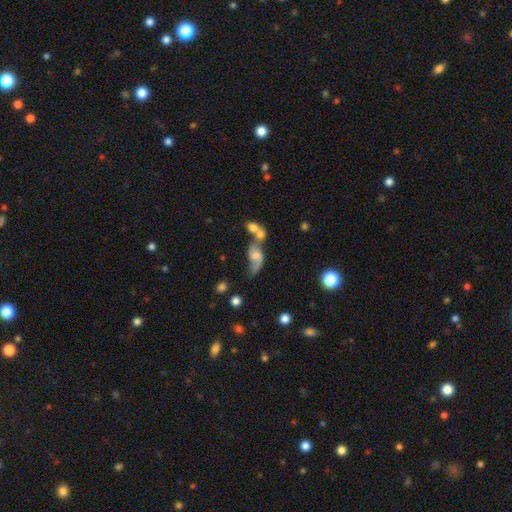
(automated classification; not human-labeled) Smooth or featured? featured or disk (46%)
Merging? merger (45%)